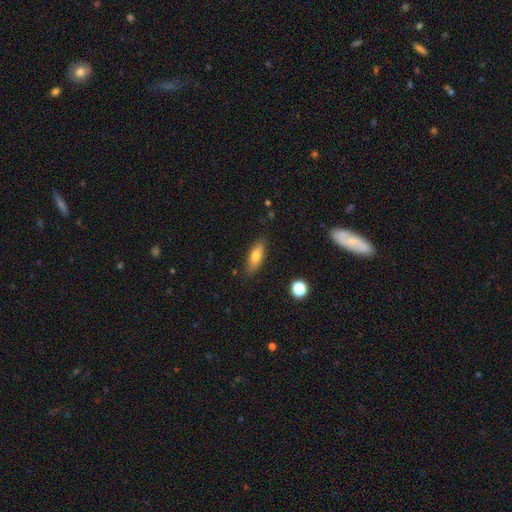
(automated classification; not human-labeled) Q: Smooth or featured?
A: smooth (77%); runner-up: featured or disk (15%)
Q: How rounded?
A: in between (69%); runner-up: cigar-shaped (28%)
Q: Merging?
A: none (84%); runner-up: minor disturbance (12%)